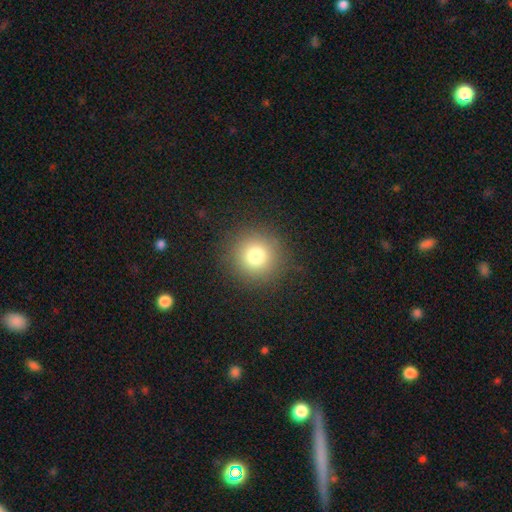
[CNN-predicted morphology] The model was most divided on "smooth or featured": smooth: 77%, star or artifact: 14%, featured or disk: 9%. More confident: how rounded — round (95%); merging — none (89%).